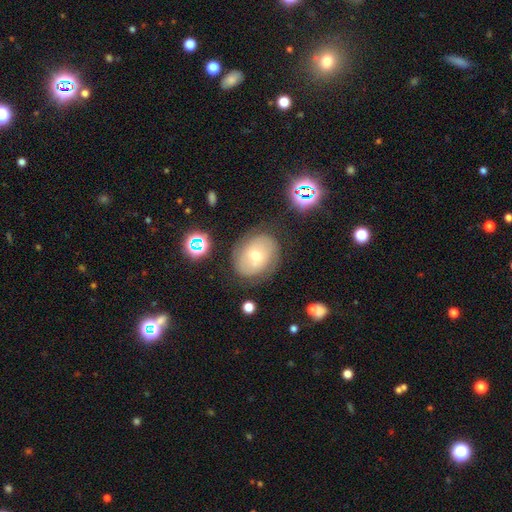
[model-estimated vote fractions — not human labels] Overall: smooth (46%; featured or disk 43%). Merging: none (73%).